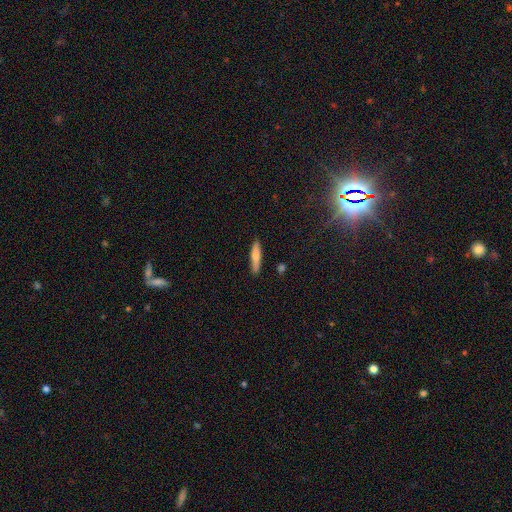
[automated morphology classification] Smooth or featured? Predicted: smooth (p=0.72). How rounded? Predicted: cigar-shaped (p=0.84). Merging? Predicted: none (p=0.86).